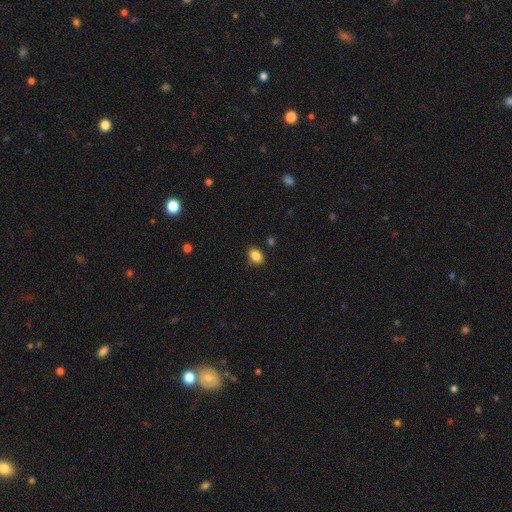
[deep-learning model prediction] smooth 85%, star or artifact 9%, featured or disk 5%. Down the decision tree: how rounded — in between (76%); merging — none (83%).